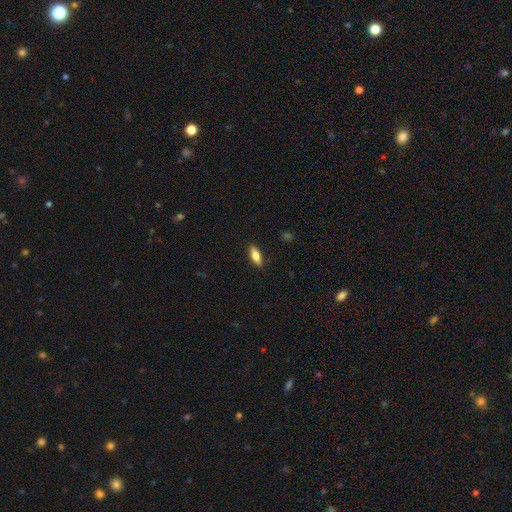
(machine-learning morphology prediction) This is likely a smooth galaxy (76%). How rounded: likely in between (70%). Merging: clearly none (87%).